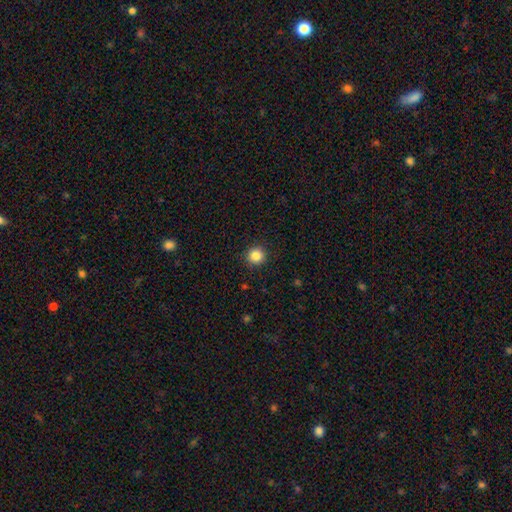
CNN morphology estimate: Smooth or featured? smooth (86%)
How rounded? round (93%)
Merging? none (91%)